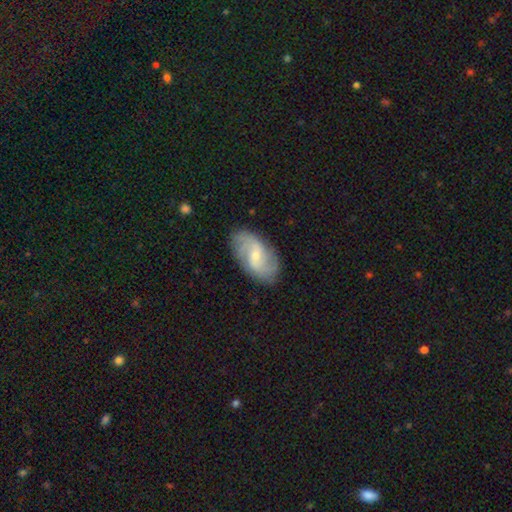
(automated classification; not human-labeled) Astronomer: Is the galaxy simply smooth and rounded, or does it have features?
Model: featured or disk — 73%.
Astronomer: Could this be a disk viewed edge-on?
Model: no — 95%.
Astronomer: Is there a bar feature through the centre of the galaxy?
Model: weak — 52% (runner-up: no, 37%).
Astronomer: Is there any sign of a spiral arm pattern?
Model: yes — 93%.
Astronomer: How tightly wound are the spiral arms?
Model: medium — 45% (runner-up: loose, 30%).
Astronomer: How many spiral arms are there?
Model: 2 — 51%.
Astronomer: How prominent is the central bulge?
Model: small — 62%.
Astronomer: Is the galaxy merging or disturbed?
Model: none — 81%.